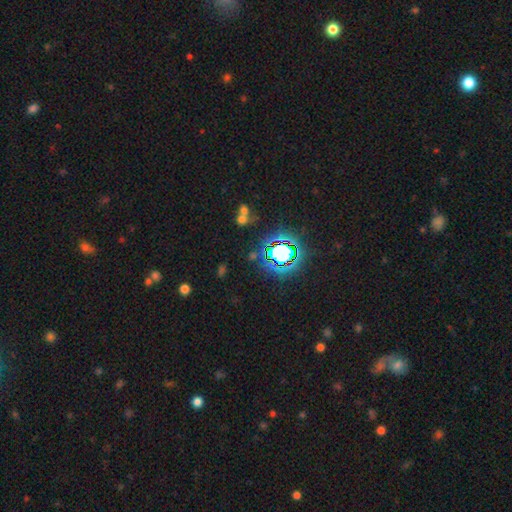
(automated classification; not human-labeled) Q: Smooth or featured?
A: star or artifact (72%); runner-up: smooth (18%)